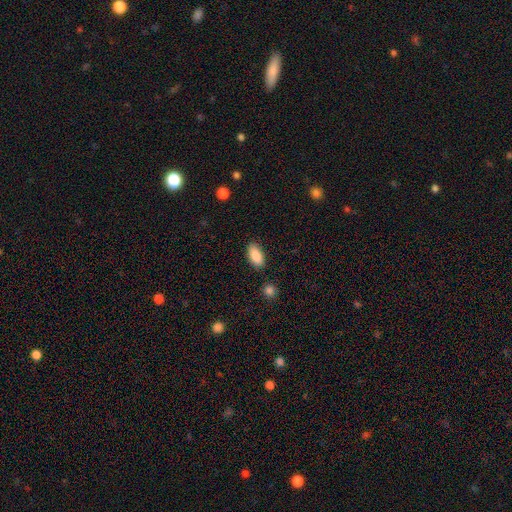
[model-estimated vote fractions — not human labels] smooth_or_featured: smooth (p=0.88) [alt: star or artifact p=0.07]
how_rounded: in between (p=0.91) [alt: cigar-shaped p=0.06]
merging: none (p=0.85) [alt: minor disturbance p=0.11]